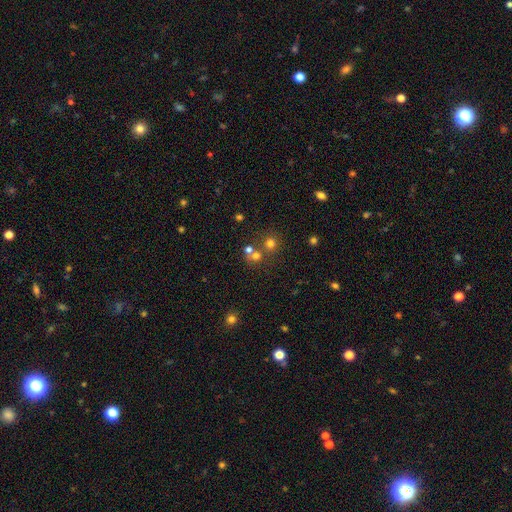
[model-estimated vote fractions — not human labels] Q: Smooth or featured?
A: smooth (65%); runner-up: star or artifact (23%)
Q: How rounded?
A: round (87%); runner-up: in between (12%)
Q: Merging?
A: none (56%); runner-up: merger (34%)